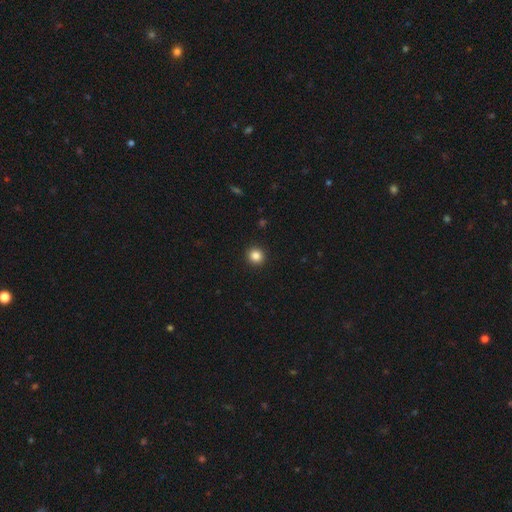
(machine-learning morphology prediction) Overall: smooth (85%). How rounded: round (92%). Merging: none (93%).